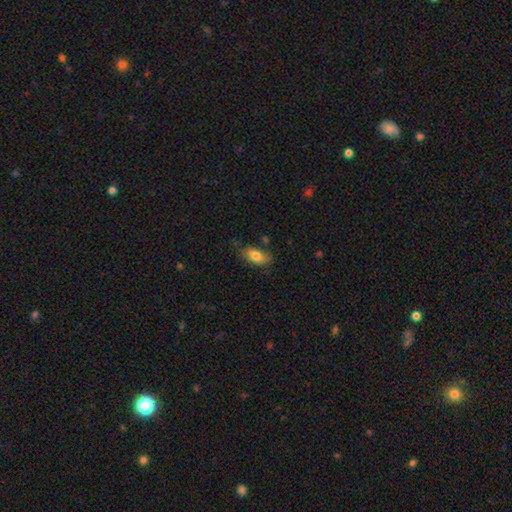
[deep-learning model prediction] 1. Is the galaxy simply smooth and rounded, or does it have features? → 80% smooth, 13% featured or disk, 7% star or artifact.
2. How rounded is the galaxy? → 89% in between, 7% cigar-shaped, 4% round.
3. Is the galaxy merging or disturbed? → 74% none, 19% minor disturbance, 4% major disturbance, 3% merger.